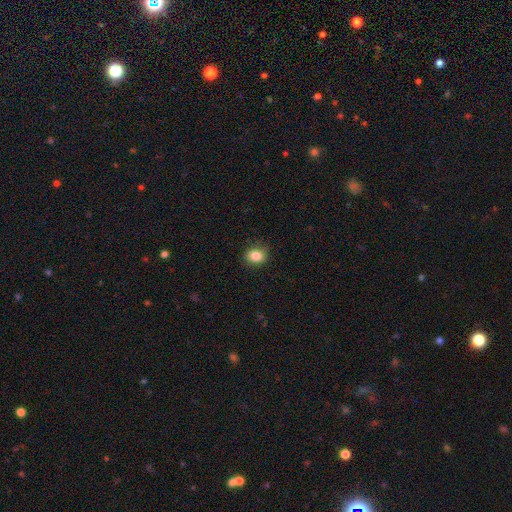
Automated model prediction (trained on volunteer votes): Overall: smooth (84%). How rounded: round (54%; in between 45%). Merging: none (84%).